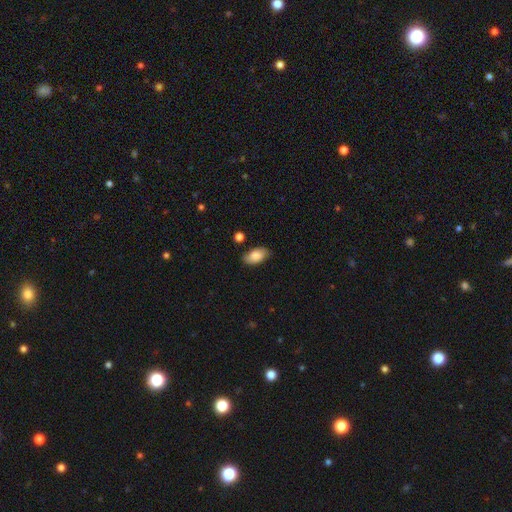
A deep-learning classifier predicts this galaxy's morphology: The model was most divided on "merging": none: 78%, minor disturbance: 16%, major disturbance: 3%, merger: 3%. More confident: how rounded — in between (93%); smooth or featured — smooth (83%).